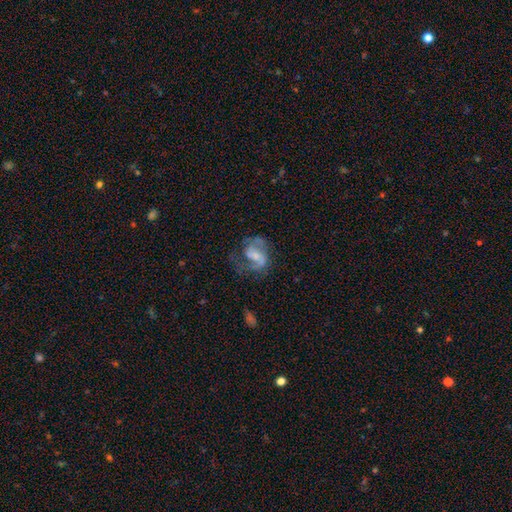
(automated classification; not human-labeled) Smooth or featured: featured or disk — 73% (smooth — 20%)
Edge-on disk: no — 98% (yes — 2%)
Bar: weak — 45% (no — 40%)
Spiral arms: yes — 85% (no — 15%)
Spiral winding: medium — 50% (loose — 33%)
Spiral arm count: 2 — 74% (1 — 12%)
Bulge size: small — 37% (moderate — 34%)
Merging: none — 46% (major disturbance — 30%)